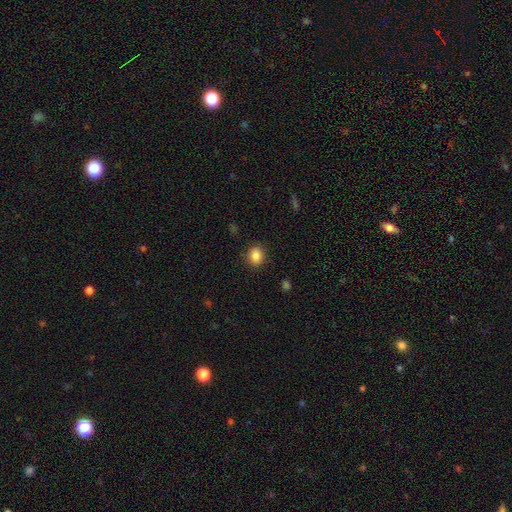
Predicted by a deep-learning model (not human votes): Overall: smooth (87%). How rounded: round (62%; in between 37%). Merging: none (88%).